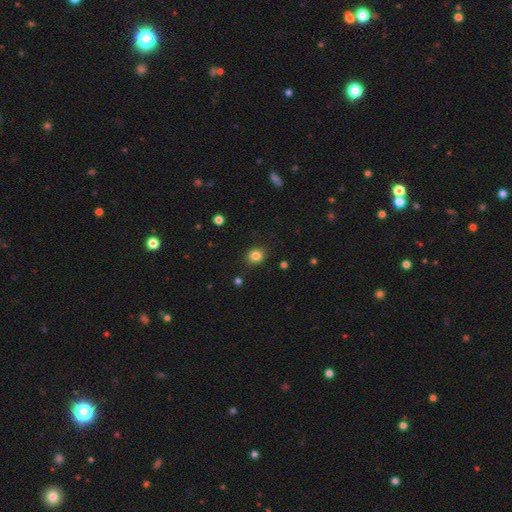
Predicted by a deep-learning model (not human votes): This appears to be a smooth galaxy with no disk features (83%) that is round (75%). Merging: none (86%).